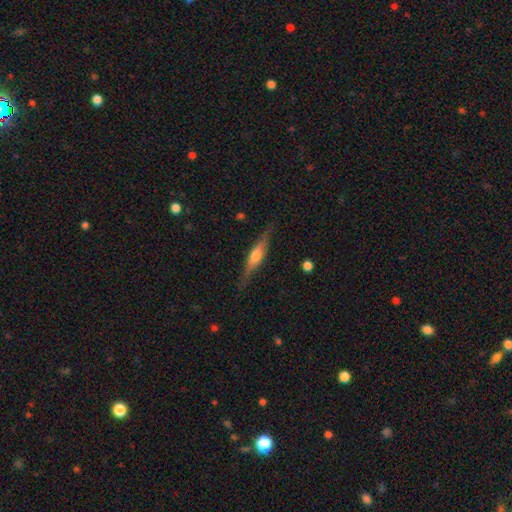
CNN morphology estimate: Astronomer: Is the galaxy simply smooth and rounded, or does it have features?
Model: featured or disk — 57% (runner-up: smooth, 37%).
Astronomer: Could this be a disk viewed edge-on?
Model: yes — 93%.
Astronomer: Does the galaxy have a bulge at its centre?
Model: rounded — 83%.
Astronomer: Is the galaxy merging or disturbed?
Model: none — 82%.